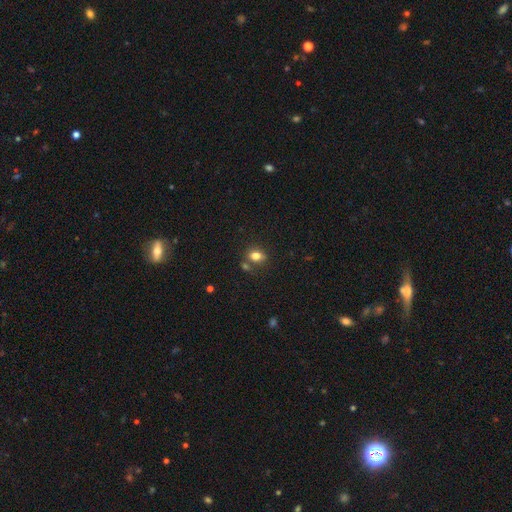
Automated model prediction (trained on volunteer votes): A smooth galaxy with no disk features (80%) that is in between round and cigar-shaped (62%).

Vote fractions:
- Smooth or featured? smooth: 80% / star or artifact: 12% / featured or disk: 8%
- How rounded? in between: 62% / round: 37% / cigar-shaped: 1%
- Merging? none: 68% / merger: 17% / minor disturbance: 12% / major disturbance: 3%